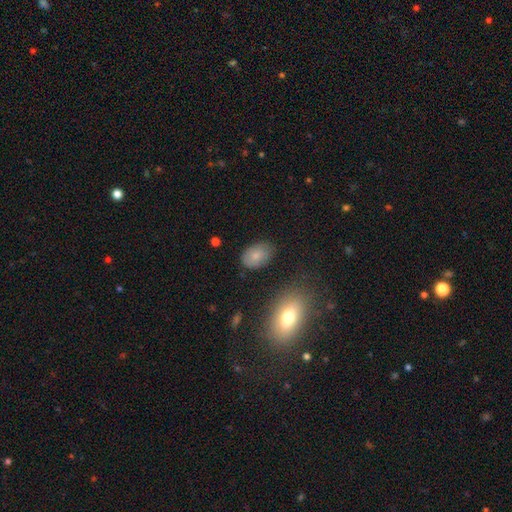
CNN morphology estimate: Q: Smooth or featured?
A: smooth (79%); runner-up: featured or disk (12%)
Q: How rounded?
A: in between (86%); runner-up: round (12%)
Q: Merging?
A: none (78%); runner-up: minor disturbance (16%)